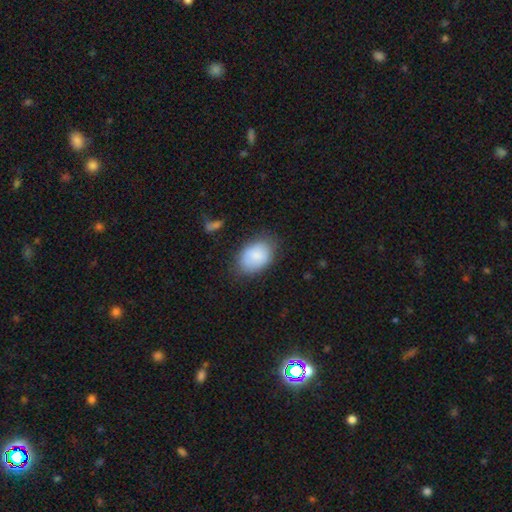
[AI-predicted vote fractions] smooth_or_featured: smooth (p=0.85) [alt: featured or disk p=0.09]
how_rounded: in between (p=0.84) [alt: round p=0.15]
merging: none (p=0.73) [alt: minor disturbance p=0.19]